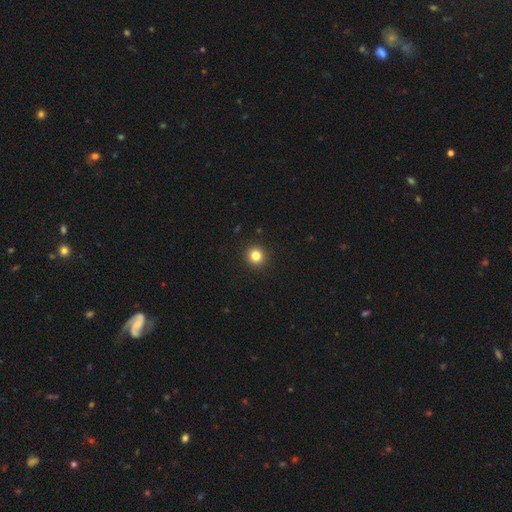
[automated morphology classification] Smooth or featured? Predicted: smooth (p=0.82). How rounded? Predicted: round (p=0.94). Merging? Predicted: none (p=0.93).